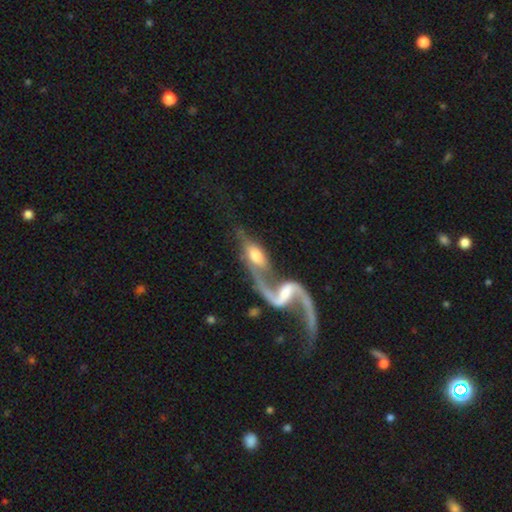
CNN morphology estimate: Q: Smooth or featured?
A: featured or disk (65%); runner-up: smooth (29%)
Q: Edge-on disk?
A: no (81%); runner-up: yes (19%)
Q: Bar?
A: no (42%); runner-up: weak (37%)
Q: Spiral arms?
A: yes (72%); runner-up: no (28%)
Q: Bulge size?
A: moderate (40%); runner-up: large (23%)
Q: Merging?
A: merger (63%); runner-up: none (17%)